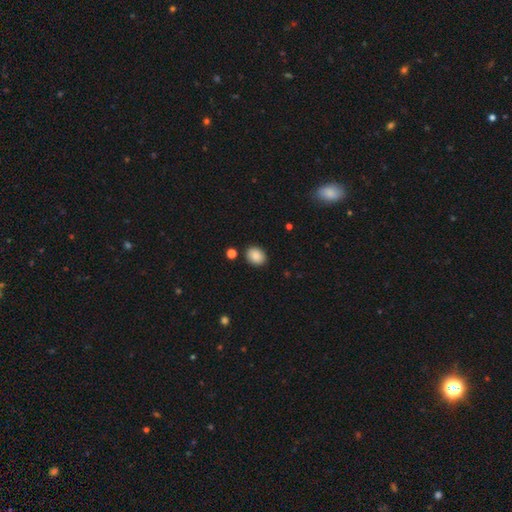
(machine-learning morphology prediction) This appears to be a smooth galaxy with no disk features (88%) that is in between round and cigar-shaped (55%). Merging: none (87%).